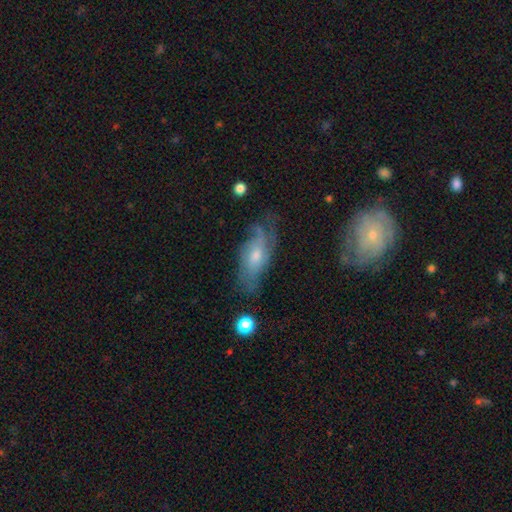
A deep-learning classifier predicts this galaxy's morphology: Overall: featured or disk (64%; smooth 28%). Edge-on disk: no (84%). Bar: no (70%). Spiral arms: yes (83%). Bulge size: moderate (49%; small 43%). Merging: none (60%; minor disturbance 24%).